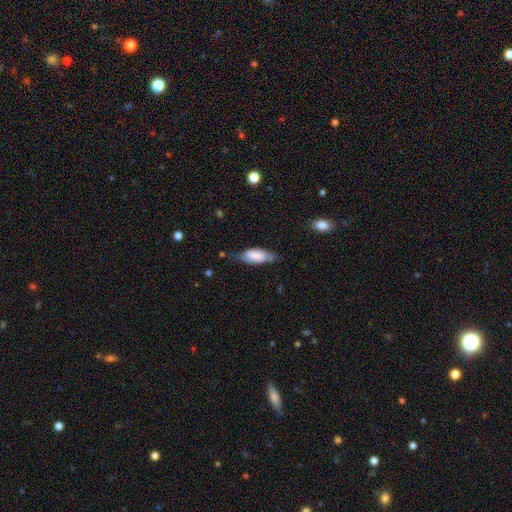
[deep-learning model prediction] Overall: smooth (66%; featured or disk 27%). How rounded: in between (76%). Merging: none (53%; minor disturbance 33%).